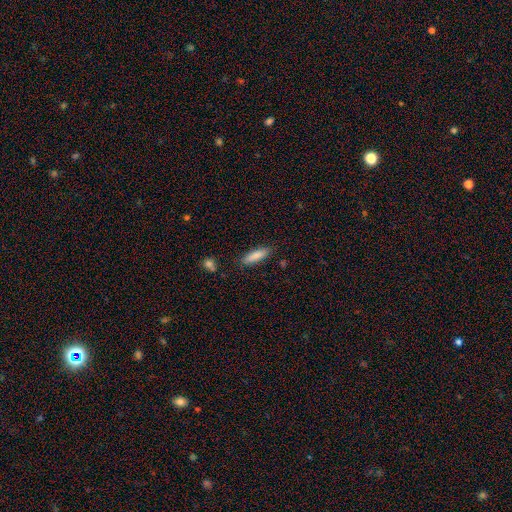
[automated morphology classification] smooth-or-featured: smooth: 85% | featured or disk: 9% | star or artifact: 6%
  how-rounded: cigar-shaped: 63% | in between: 35% | round: 2%
  merging: none: 84% | minor disturbance: 12% | major disturbance: 3% | merger: 2%